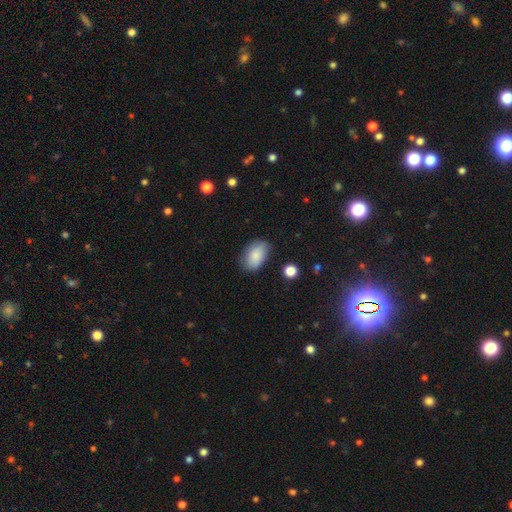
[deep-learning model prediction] smooth 85%, featured or disk 8%, star or artifact 7%. Down the decision tree: how rounded — in between (91%); merging — none (74%).